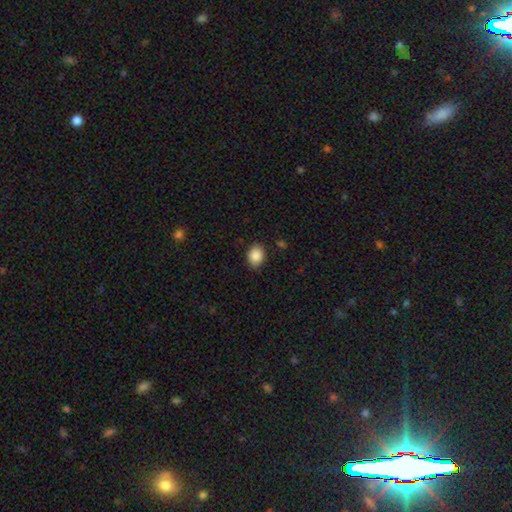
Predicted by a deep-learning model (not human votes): smooth_or_featured: smooth (p=0.88) [alt: star or artifact p=0.08]
how_rounded: in between (p=0.57) [alt: round p=0.42]
merging: none (p=0.86) [alt: minor disturbance p=0.10]